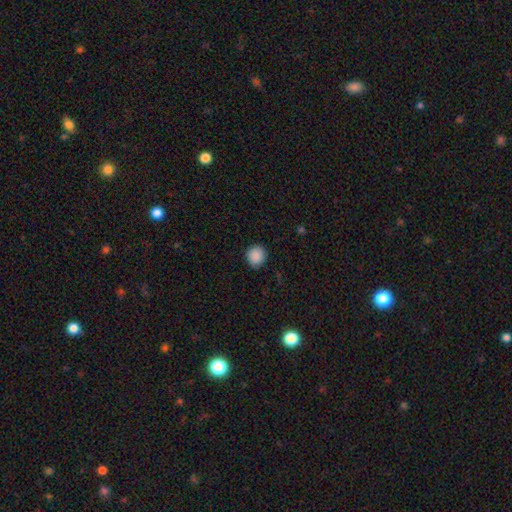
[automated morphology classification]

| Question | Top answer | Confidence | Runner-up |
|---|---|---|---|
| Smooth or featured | smooth | 89% | star or artifact (9%) |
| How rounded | round | 83% | in between (16%) |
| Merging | none | 89% | minor disturbance (8%) |